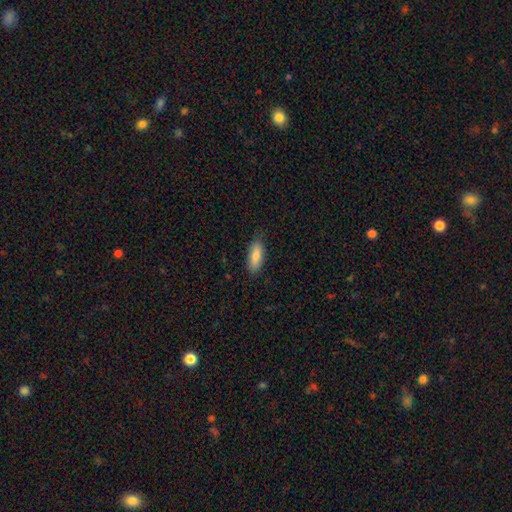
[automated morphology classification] This appears to be a smooth galaxy with no disk features (82%) that is in between round and cigar-shaped (68%). Merging: none (83%).